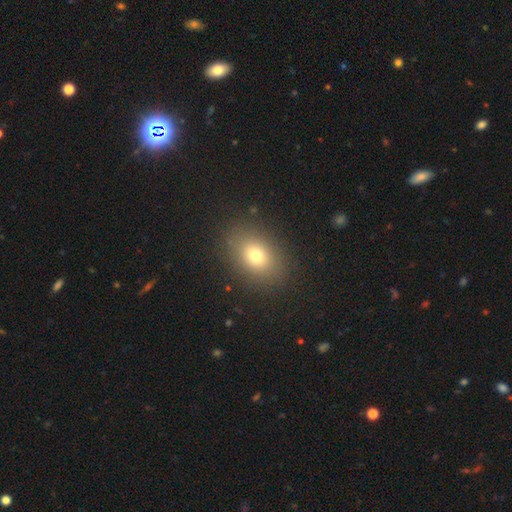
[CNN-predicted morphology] smooth_or_featured: smooth (p=0.75) [alt: star or artifact p=0.14]
how_rounded: in between (p=0.68) [alt: round p=0.31]
merging: none (p=0.87) [alt: minor disturbance p=0.08]